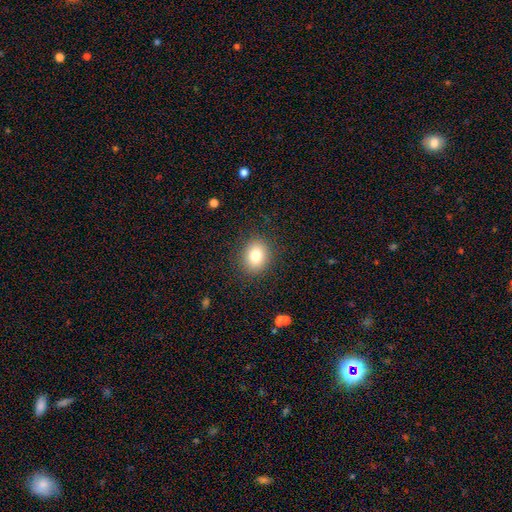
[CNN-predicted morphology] The model was most divided on "how rounded": round: 61%, in between: 38%, cigar-shaped: 1%. More confident: merging — none (88%); smooth or featured — smooth (80%).